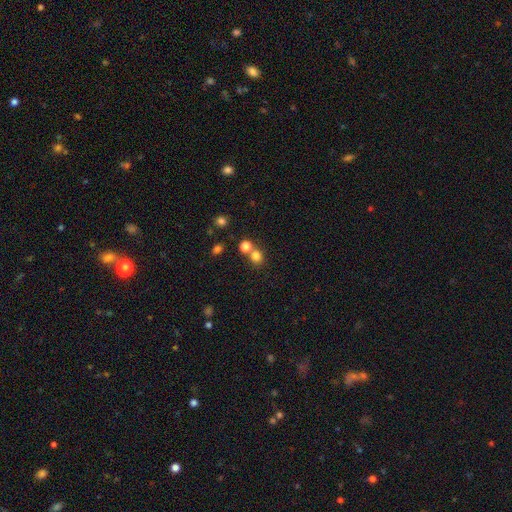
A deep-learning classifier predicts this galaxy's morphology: A smooth galaxy with no disk features (77%) that is round (83%). Merging: none (58%).